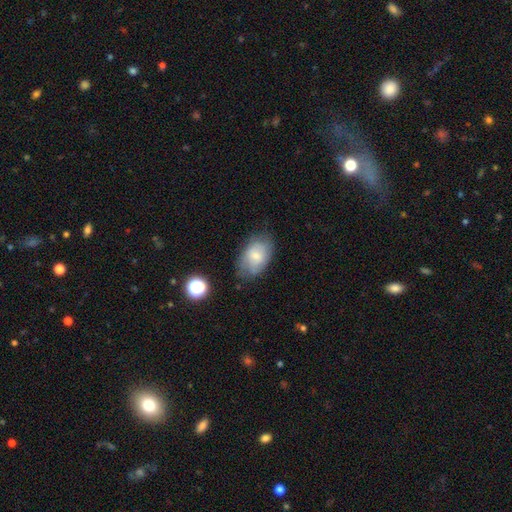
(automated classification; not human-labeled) Morphology: type=smooth (66%); roundness=in between (88%); merging=none (65%).